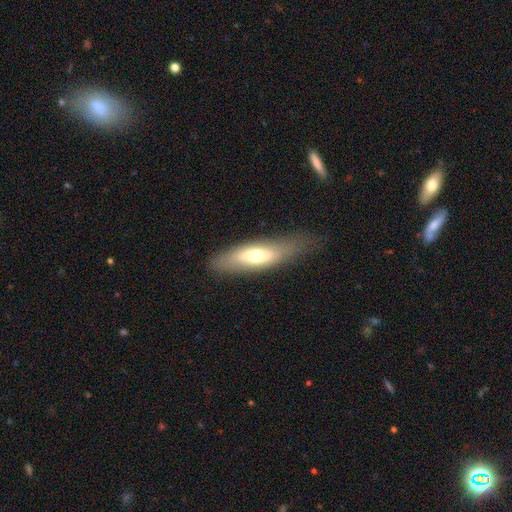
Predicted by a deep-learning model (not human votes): Smooth or featured? smooth (56%)
How rounded? in between (55%)
Merging? none (73%)